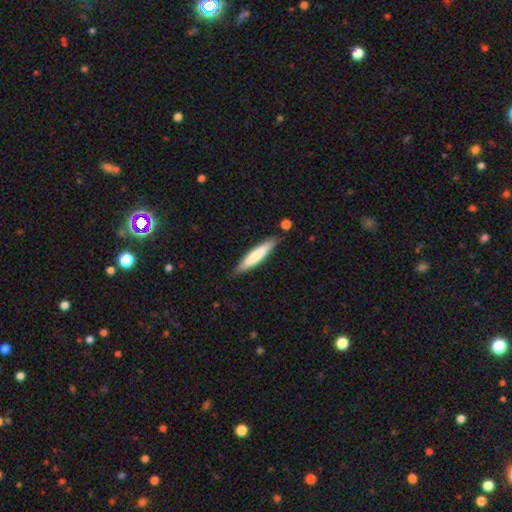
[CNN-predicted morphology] Smooth or featured? smooth (72%)
How rounded? cigar-shaped (89%)
Merging? none (85%)